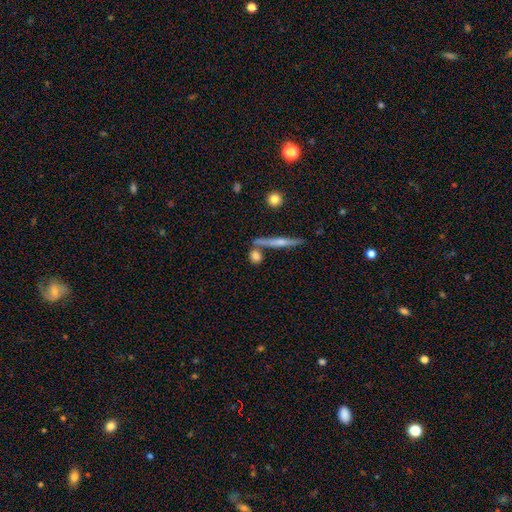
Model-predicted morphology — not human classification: Smooth or featured? Predicted: smooth (p=0.72). How rounded? Predicted: round (p=0.52). Merging? Predicted: none (p=0.65).